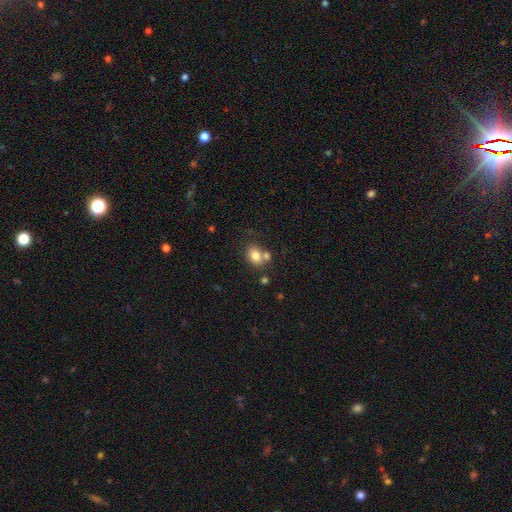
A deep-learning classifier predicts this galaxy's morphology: Smooth or featured? Predicted: smooth (p=0.79). How rounded? Predicted: in between (p=0.61). Merging? Predicted: none (p=0.53).